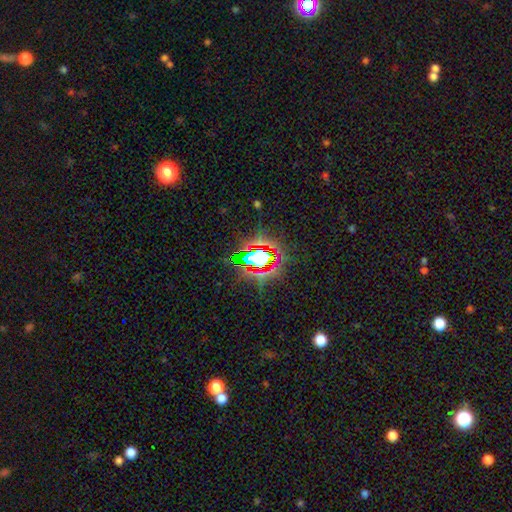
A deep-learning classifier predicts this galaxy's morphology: The model was most divided on "smooth or featured": star or artifact: 67%, smooth: 19%, featured or disk: 14%.